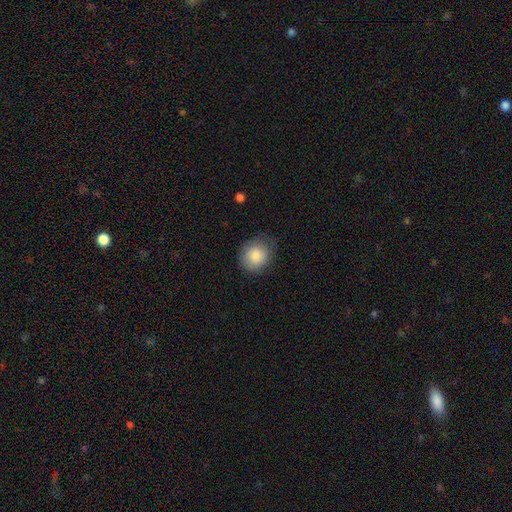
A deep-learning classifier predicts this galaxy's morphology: This is clearly a smooth galaxy (85%). How rounded: likely round (69%). Merging: likely none (72%).